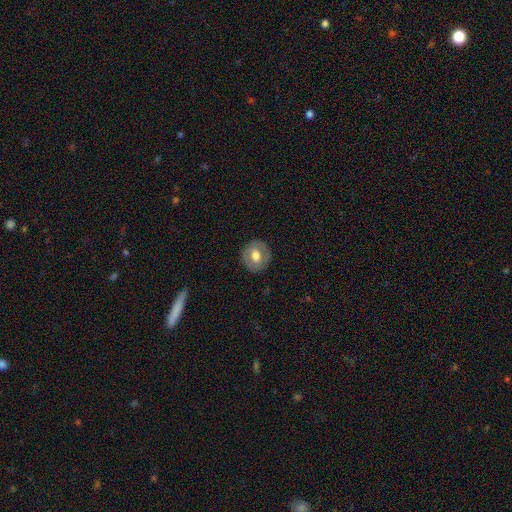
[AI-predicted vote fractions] This is possibly a smooth galaxy (58%). How rounded: clearly round (82%). Merging: clearly none (87%).